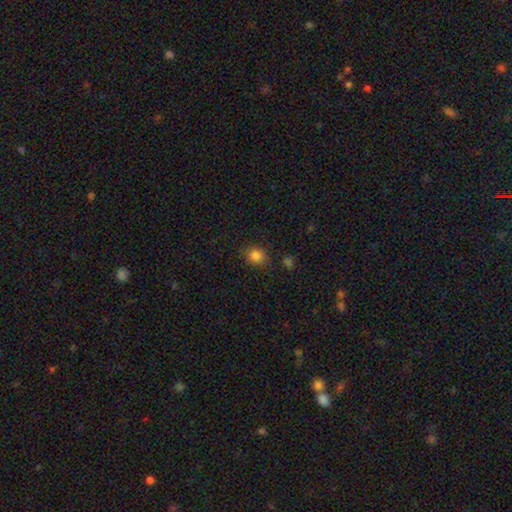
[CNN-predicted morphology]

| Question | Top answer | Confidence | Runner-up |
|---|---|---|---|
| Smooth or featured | smooth | 82% | star or artifact (12%) |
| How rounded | round | 63% | in between (36%) |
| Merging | none | 80% | minor disturbance (13%) |